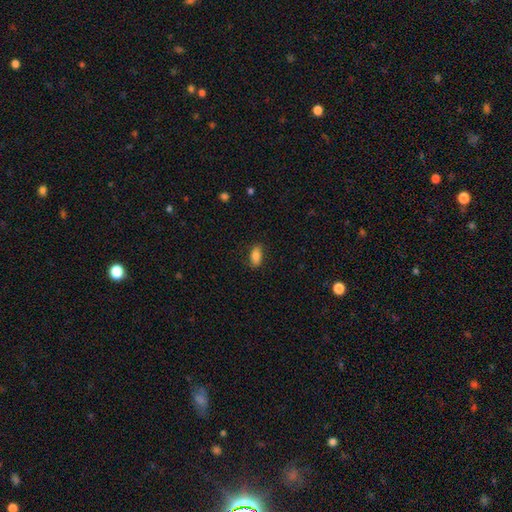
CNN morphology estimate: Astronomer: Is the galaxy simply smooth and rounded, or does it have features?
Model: smooth — 82%.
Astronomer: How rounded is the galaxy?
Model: in between — 87%.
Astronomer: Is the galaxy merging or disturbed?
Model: none — 82%.